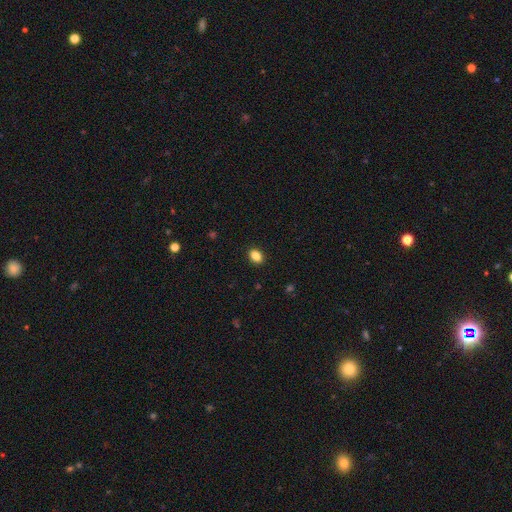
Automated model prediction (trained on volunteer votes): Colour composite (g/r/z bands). It shows a smooth galaxy with no disk features (86%) that is in between round and cigar-shaped (73%). Merging: none (90%).